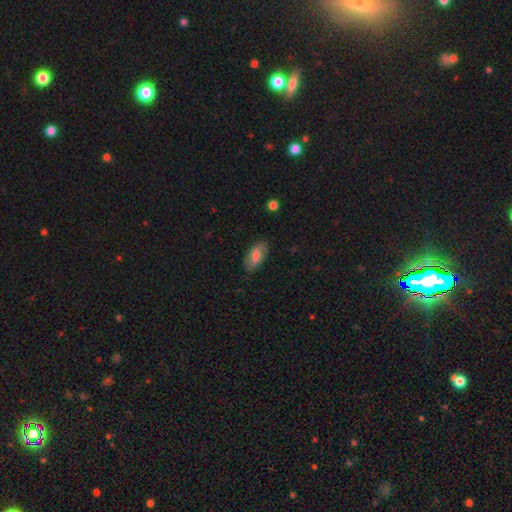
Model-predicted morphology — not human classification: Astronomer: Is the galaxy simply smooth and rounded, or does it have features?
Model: smooth — 57% (runner-up: featured or disk, 36%).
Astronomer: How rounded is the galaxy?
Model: in between — 90%.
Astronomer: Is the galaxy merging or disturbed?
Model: none — 80%.